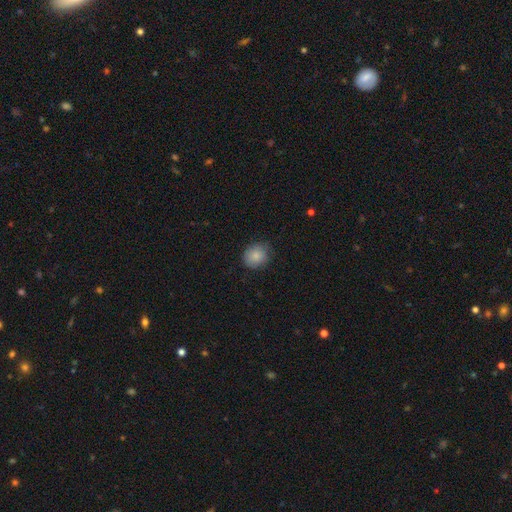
Overall: smooth (94%). How rounded: round (74%). Merging: none (74%).